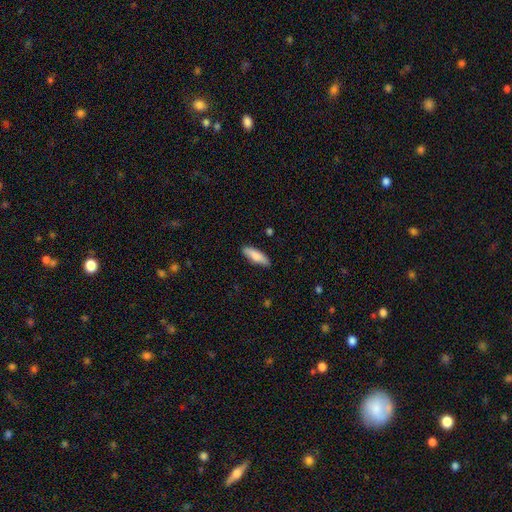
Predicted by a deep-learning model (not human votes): A smooth galaxy with no disk features (82%) that is in between round and cigar-shaped (53%). Merging: none (87%).